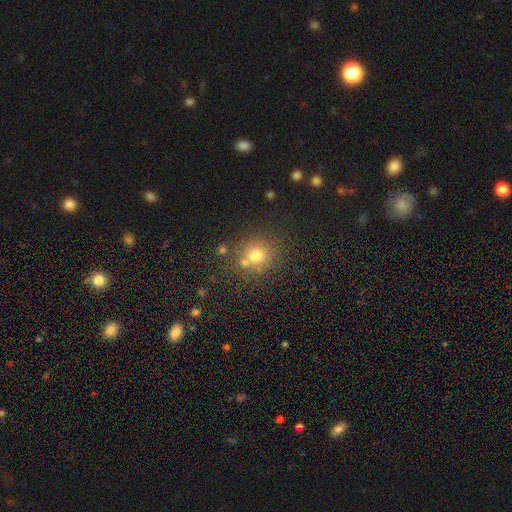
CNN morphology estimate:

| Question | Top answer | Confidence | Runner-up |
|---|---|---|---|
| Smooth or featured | smooth | 73% | star or artifact (17%) |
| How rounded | round | 88% | in between (11%) |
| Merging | none | 70% | merger (17%) |